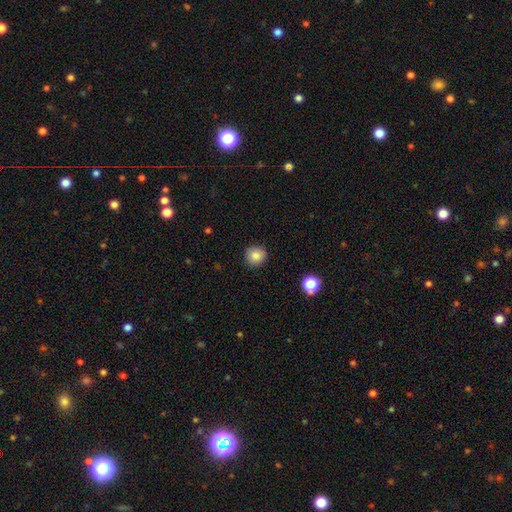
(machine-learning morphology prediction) The model was most divided on "smooth or featured": smooth: 85%, star or artifact: 10%, featured or disk: 5%. More confident: how rounded — round (92%); merging — none (90%).